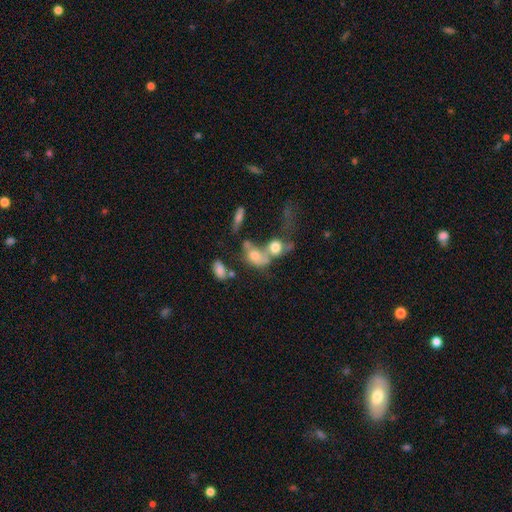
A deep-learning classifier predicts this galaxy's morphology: smooth_or_featured: smooth (p=0.49) [alt: featured or disk p=0.34]
merging: merger (p=0.57) [alt: none p=0.18]